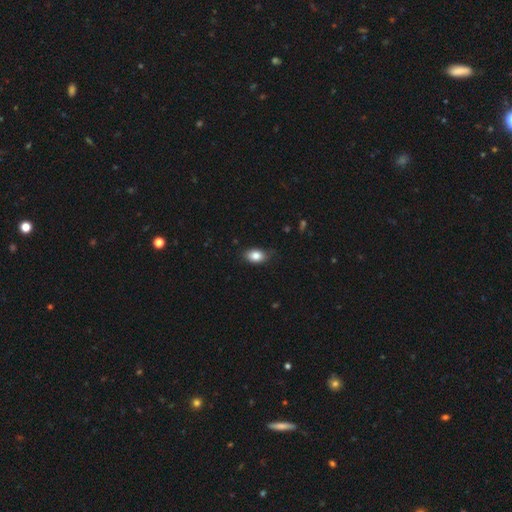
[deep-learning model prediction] smooth_or_featured: smooth (p=0.84) [alt: featured or disk p=0.08]
how_rounded: in between (p=0.86) [alt: round p=0.12]
merging: none (p=0.80) [alt: minor disturbance p=0.16]